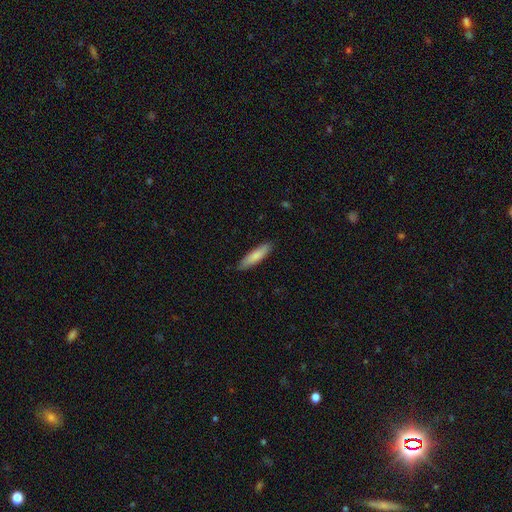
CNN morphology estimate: A smooth galaxy with no disk features (82%) that is cigar-shaped (73%). Merging: none (88%).